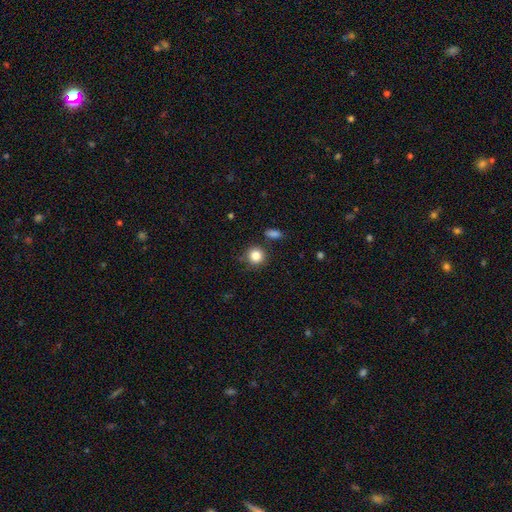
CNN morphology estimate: smooth_or_featured: smooth (p=0.85) [alt: star or artifact p=0.10]
how_rounded: round (p=0.91) [alt: in between p=0.08]
merging: none (p=0.82) [alt: minor disturbance p=0.10]